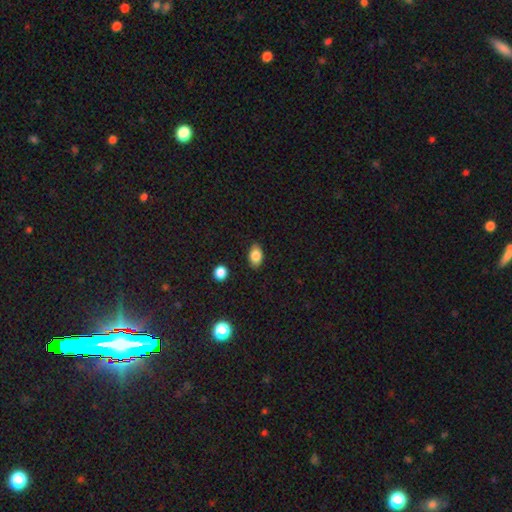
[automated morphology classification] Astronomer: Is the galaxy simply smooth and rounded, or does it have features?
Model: smooth — 85%.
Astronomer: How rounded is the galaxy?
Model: in between — 86%.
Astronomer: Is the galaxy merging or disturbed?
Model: none — 84%.